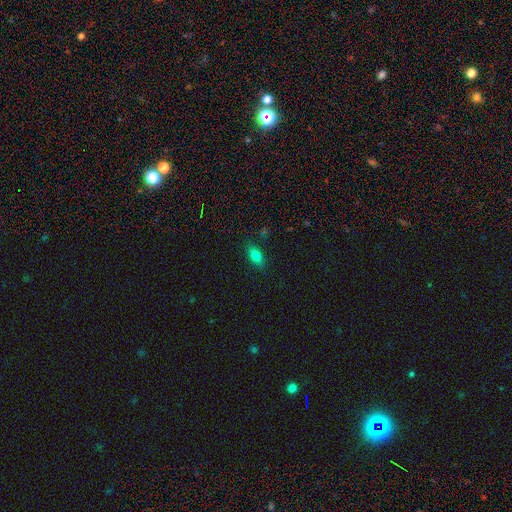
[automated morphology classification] The model was most divided on "smooth or featured": smooth: 79%, star or artifact: 11%, featured or disk: 11%. More confident: how rounded — in between (85%); merging — none (85%).